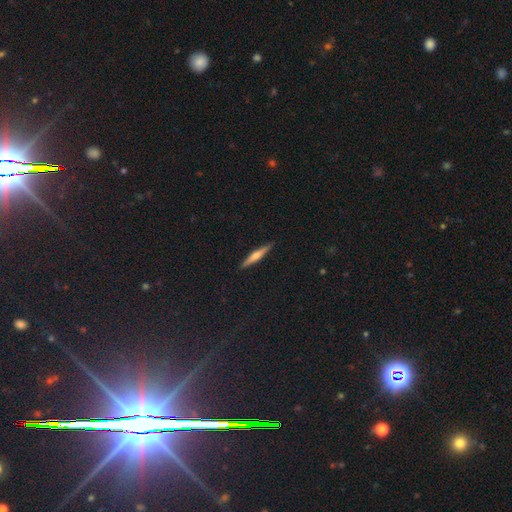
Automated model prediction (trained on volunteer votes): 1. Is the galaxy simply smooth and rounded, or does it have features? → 57% featured or disk, 36% smooth, 7% star or artifact.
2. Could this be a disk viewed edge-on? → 97% yes, 3% no.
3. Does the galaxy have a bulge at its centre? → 75% rounded, 13% none, 12% boxy.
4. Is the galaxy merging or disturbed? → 91% none, 6% minor disturbance, 1% major disturbance, 1% merger.